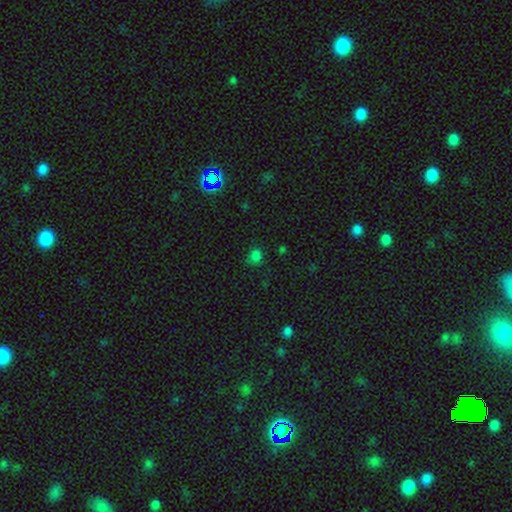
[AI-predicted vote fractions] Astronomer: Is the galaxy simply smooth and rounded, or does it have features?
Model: smooth — 72%.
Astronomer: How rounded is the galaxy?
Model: round — 62%.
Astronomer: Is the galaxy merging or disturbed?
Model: none — 74%.